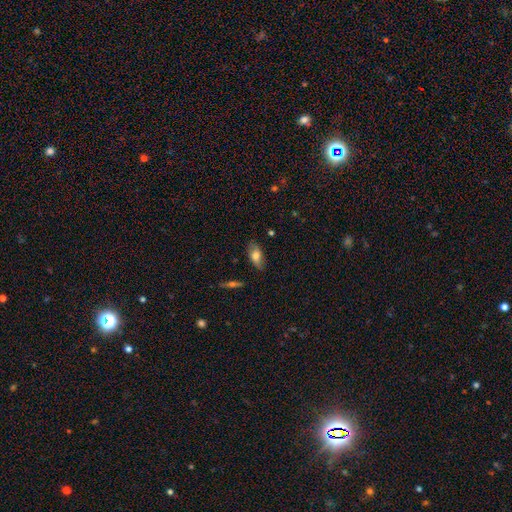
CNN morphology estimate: This appears to be a smooth galaxy with no disk features (70%) that is in between round and cigar-shaped (85%). Merging: none (80%).